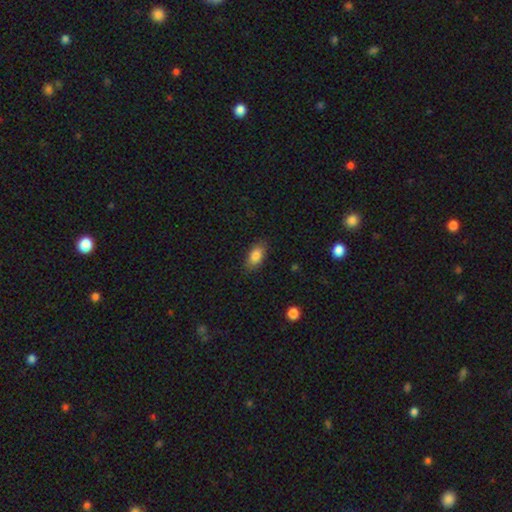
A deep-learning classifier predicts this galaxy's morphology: smooth-or-featured: smooth: 83% | featured or disk: 9% | star or artifact: 8%
  how-rounded: in between: 89% | cigar-shaped: 6% | round: 5%
  merging: none: 84% | minor disturbance: 12% | major disturbance: 3% | merger: 1%